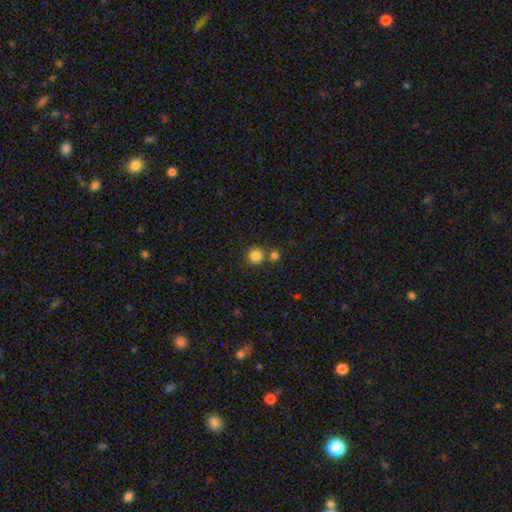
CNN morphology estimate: A smooth galaxy with no disk features (83%) that is round (93%). Merging: none (71%).